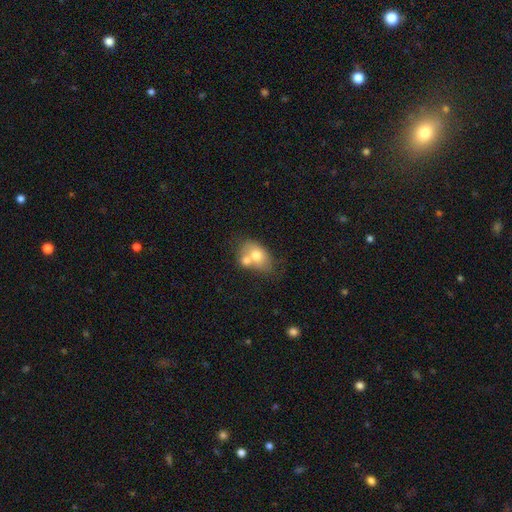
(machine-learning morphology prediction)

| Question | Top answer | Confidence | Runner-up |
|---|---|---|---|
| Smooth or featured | smooth | 65% | featured or disk (27%) |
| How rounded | in between | 78% | round (20%) |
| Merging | merger | 49% | none (32%) |